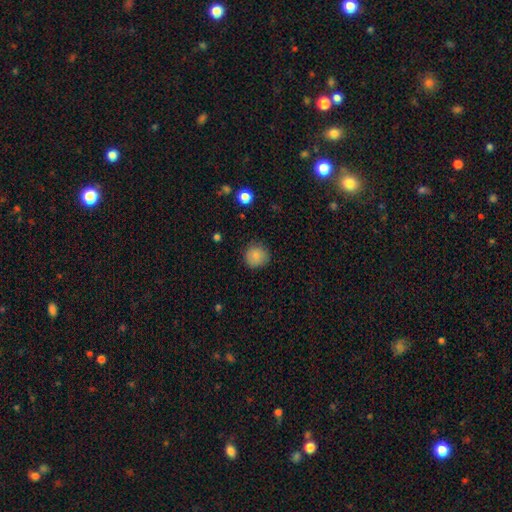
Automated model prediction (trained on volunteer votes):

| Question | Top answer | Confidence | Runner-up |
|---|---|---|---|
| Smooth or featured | smooth | 85% | star or artifact (10%) |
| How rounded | round | 92% | in between (7%) |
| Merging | none | 86% | minor disturbance (10%) |